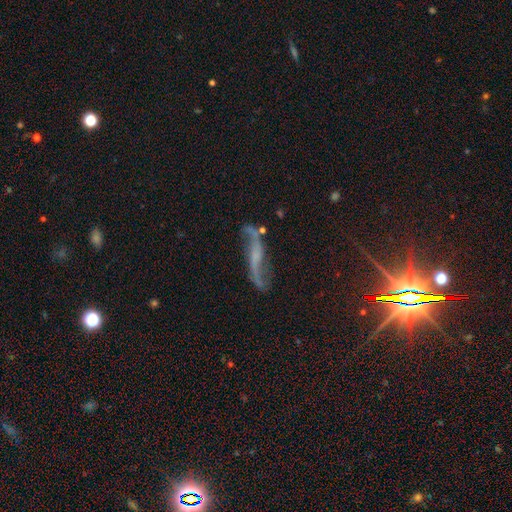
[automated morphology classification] smooth-or-featured: featured or disk: 74% | star or artifact: 14% | smooth: 12%
  disk-edge-on: no: 77% | yes: 23%
    bar: no: 42% | weak: 36% | strong: 22%
    has-spiral-arms: yes: 90% | no: 10%
      spiral-winding: loose: 84% | medium: 11% | tight: 4%
      spiral-arm-count: 2: 89% | can't tell: 4% | 1: 3% | 3: 1% | 4: 1% | more than 4: 1%
    bulge-size: none: 49% | small: 32% | moderate: 15% | large: 3% | dominant: 1%
  merging: none: 62% | minor disturbance: 20% | major disturbance: 12% | merger: 5%